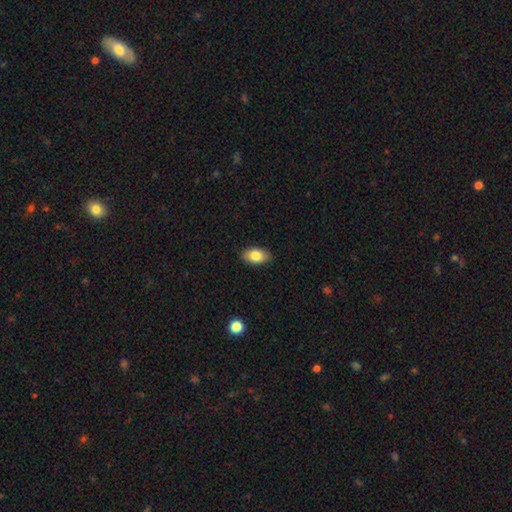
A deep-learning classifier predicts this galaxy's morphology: smooth-or-featured: smooth: 84% | featured or disk: 9% | star or artifact: 7%
  how-rounded: in between: 92% | round: 7% | cigar-shaped: 2%
  merging: none: 88% | minor disturbance: 9% | major disturbance: 2% | merger: 1%